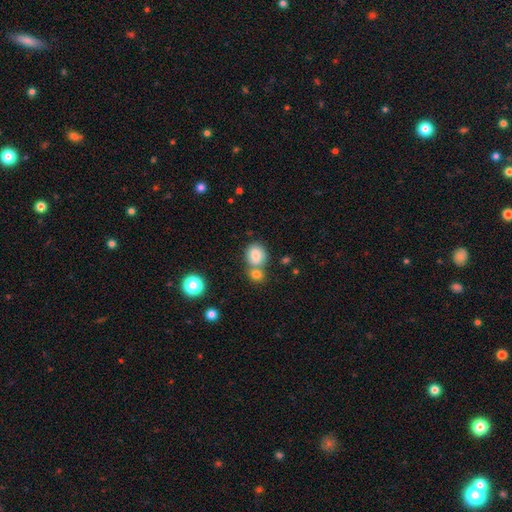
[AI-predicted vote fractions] Smooth or featured? smooth (83%)
How rounded? round (62%)
Merging? none (48%)